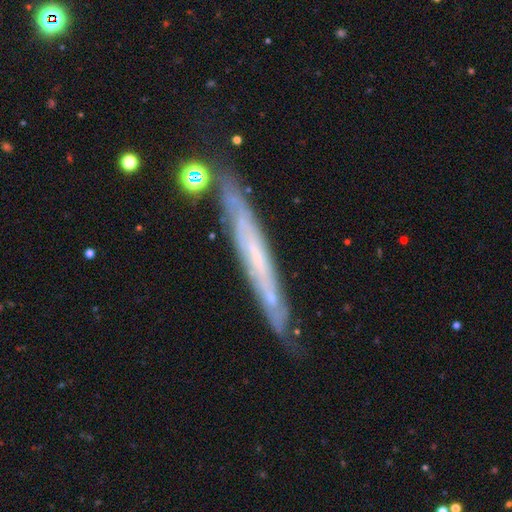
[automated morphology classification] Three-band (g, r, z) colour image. It shows a featured or disk galaxy (67%) viewed edge-on (78%) with no central bulge (84%). Merging: none (76%).